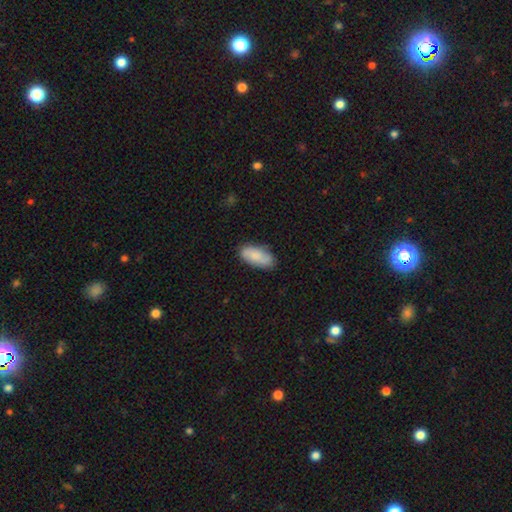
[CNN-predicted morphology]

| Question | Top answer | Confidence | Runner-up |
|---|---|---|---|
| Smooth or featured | smooth | 78% | featured or disk (16%) |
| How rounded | in between | 89% | cigar-shaped (8%) |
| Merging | none | 80% | minor disturbance (15%) |